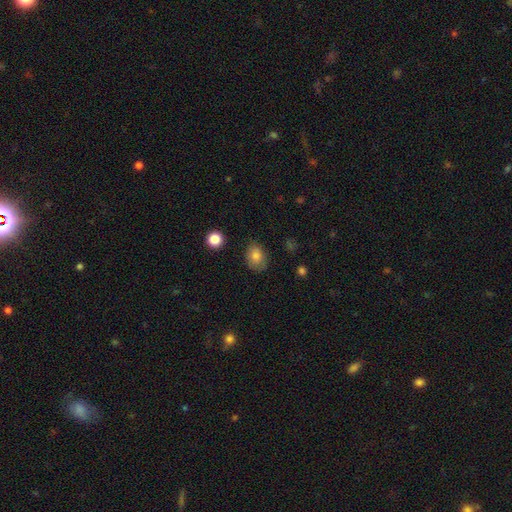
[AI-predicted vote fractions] A smooth galaxy with no disk features (81%) that is in between round and cigar-shaped (68%).

Vote fractions:
- Smooth or featured? smooth: 81% / featured or disk: 10% / star or artifact: 9%
- How rounded? in between: 68% / round: 31% / cigar-shaped: 1%
- Merging? none: 74% / minor disturbance: 20% / major disturbance: 5% / merger: 2%